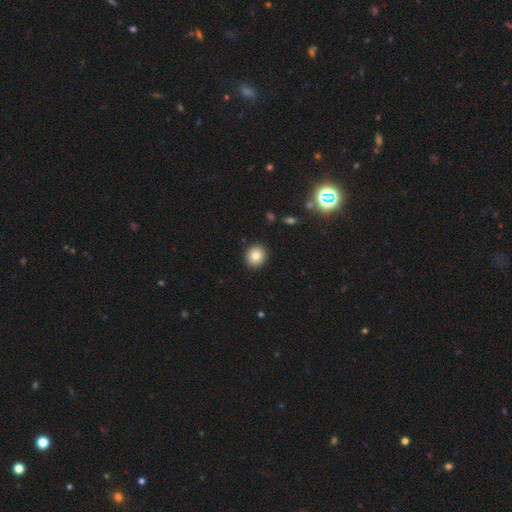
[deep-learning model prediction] Smooth or featured? smooth (83%)
How rounded? round (86%)
Merging? none (92%)